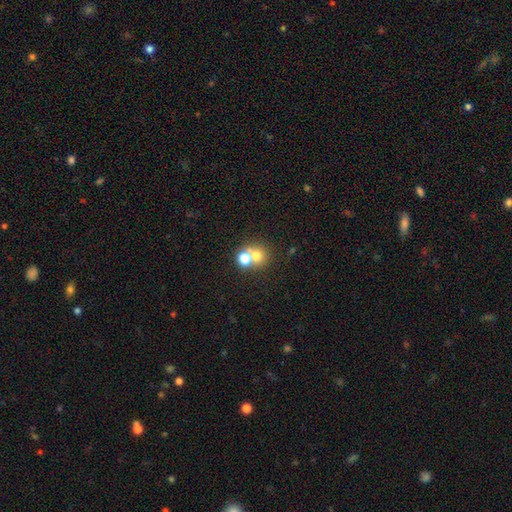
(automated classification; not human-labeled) Q: Smooth or featured?
A: smooth (68%); runner-up: featured or disk (16%)
Q: How rounded?
A: round (83%); runner-up: in between (16%)
Q: Merging?
A: merger (49%); runner-up: none (42%)